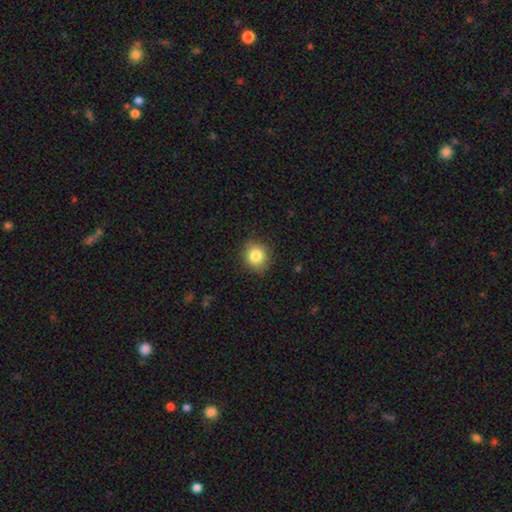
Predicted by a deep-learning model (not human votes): This appears to be a smooth galaxy with no disk features (83%) that is round (76%). Merging: none (86%).